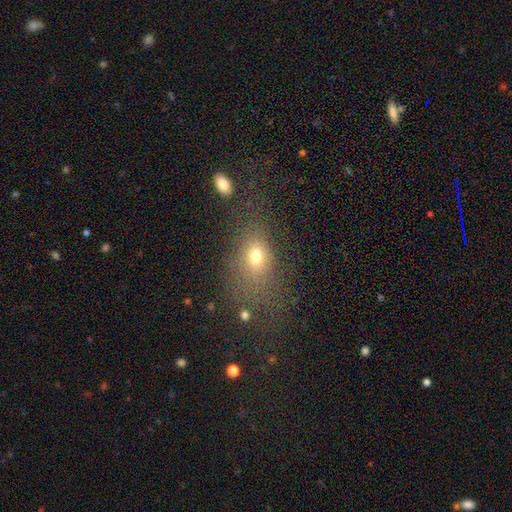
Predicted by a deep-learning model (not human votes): This is likely a smooth galaxy (70%). How rounded: likely in between (72%). Merging: possibly none (56%).